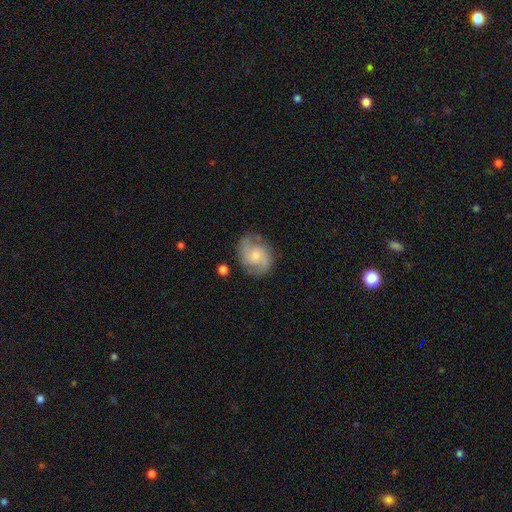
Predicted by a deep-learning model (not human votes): featured or disk 72%, smooth 22%, star or artifact 6%. Down the decision tree: edge-on disk — no (98%); bar — no (59%); spiral arms — yes (94%); spiral arm count — 2 (72%); spiral winding — medium (51%); bulge size — small (49%); merging — none (76%).